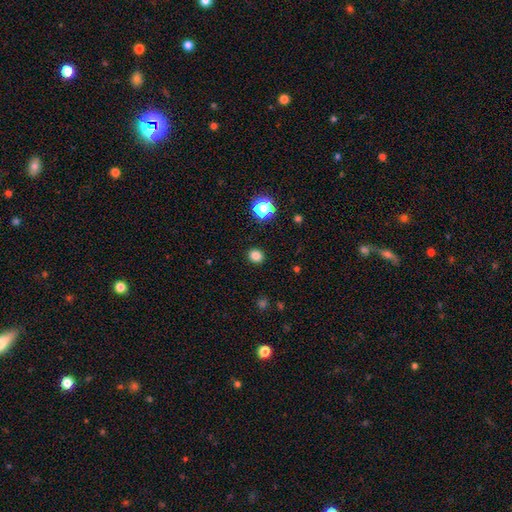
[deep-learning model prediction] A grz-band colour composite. It shows a smooth galaxy with no disk features (83%) that is round (75%). Merging: none (91%).